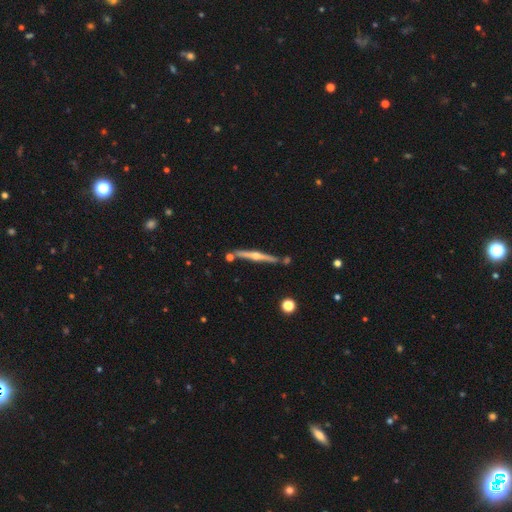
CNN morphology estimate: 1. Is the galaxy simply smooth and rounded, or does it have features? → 77% featured or disk, 18% smooth, 6% star or artifact.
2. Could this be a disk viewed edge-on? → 98% yes, 2% no.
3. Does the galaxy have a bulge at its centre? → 91% rounded, 6% none, 3% boxy.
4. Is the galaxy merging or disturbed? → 82% none, 10% minor disturbance, 6% merger, 2% major disturbance.